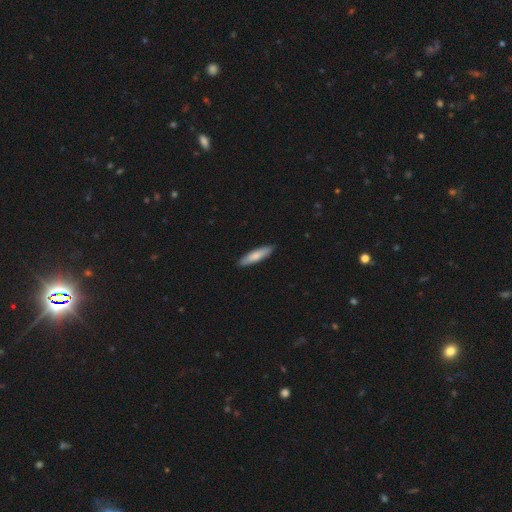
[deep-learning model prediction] smooth_or_featured: smooth (p=0.78) [alt: featured or disk p=0.17]
how_rounded: cigar-shaped (p=0.78) [alt: in between p=0.21]
merging: none (p=0.89) [alt: minor disturbance p=0.08]